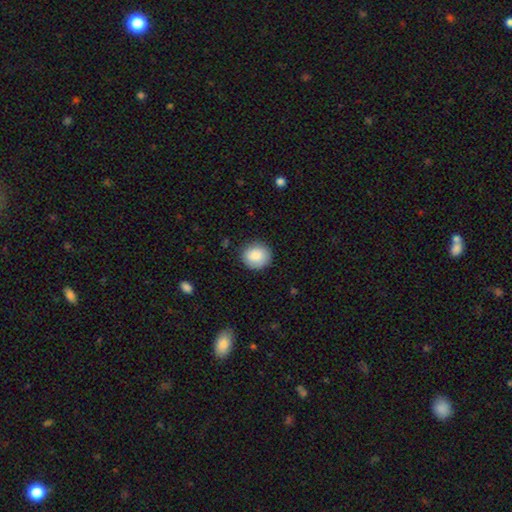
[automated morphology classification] Smooth or featured? Predicted: smooth (p=0.87). How rounded? Predicted: round (p=0.83). Merging? Predicted: none (p=0.86).